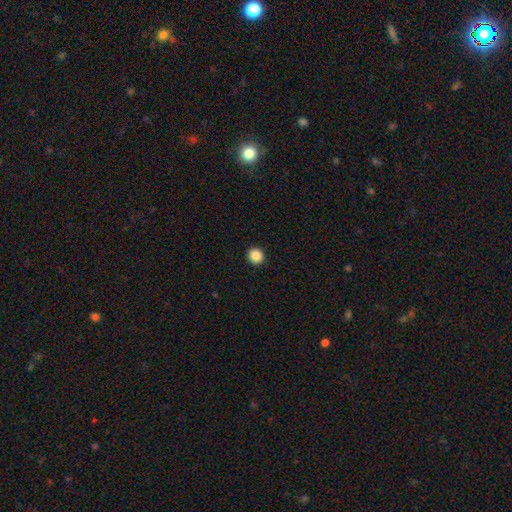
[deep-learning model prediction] Smooth or featured?
  - smooth: 87% *
  - star or artifact: 10%
  - featured or disk: 3%
How rounded?
  - round: 93% *
  - in between: 6%
  - cigar-shaped: 1%
Merging?
  - none: 93% *
  - minor disturbance: 4%
  - major disturbance: 2%
  - merger: 1%